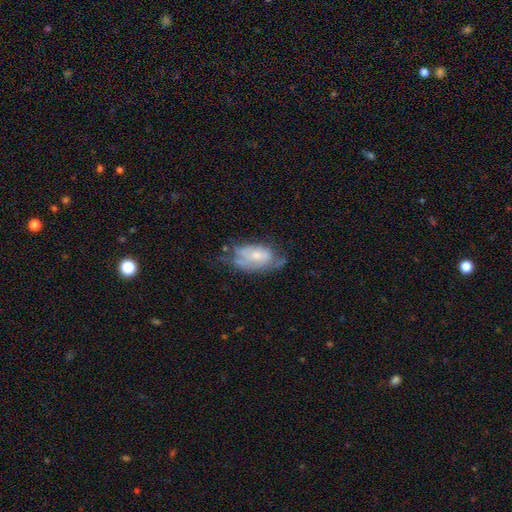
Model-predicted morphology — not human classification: Smooth or featured? Predicted: featured or disk (p=0.57). Edge-on disk? Predicted: no (p=0.92). Bar? Predicted: no (p=0.73). Spiral arms? Predicted: yes (p=0.60). Bulge size? Predicted: small (p=0.46). Merging? Predicted: none (p=0.40).